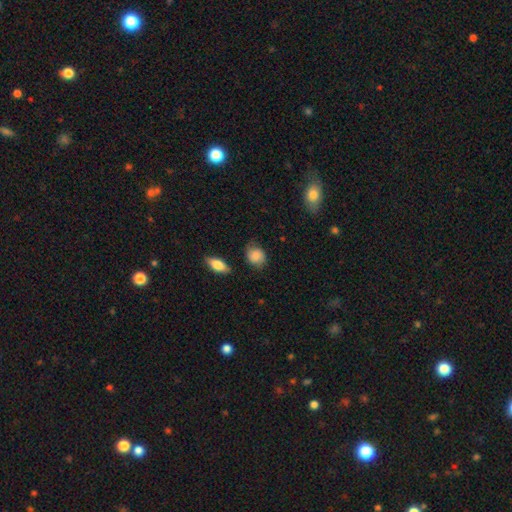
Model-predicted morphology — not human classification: smooth_or_featured: smooth (p=0.78) [alt: featured or disk p=0.14]
how_rounded: round (p=0.58) [alt: in between p=0.40]
merging: none (p=0.66) [alt: minor disturbance p=0.26]